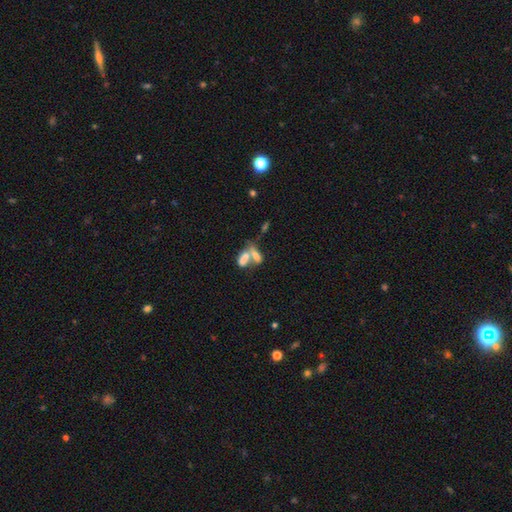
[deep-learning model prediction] This is likely a smooth galaxy (66%). How rounded: likely in between (72%). Merging: likely merger (65%).